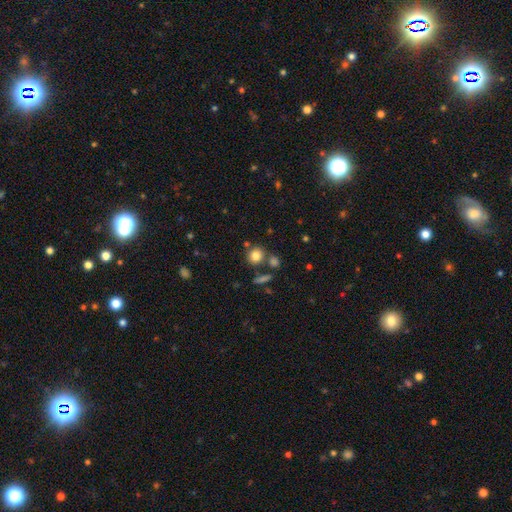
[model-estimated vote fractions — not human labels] Smooth or featured?
  - smooth: 81% *
  - star or artifact: 11%
  - featured or disk: 8%
How rounded?
  - round: 79% *
  - in between: 20%
  - cigar-shaped: 1%
Merging?
  - none: 70% *
  - merger: 15%
  - minor disturbance: 11%
  - major disturbance: 4%